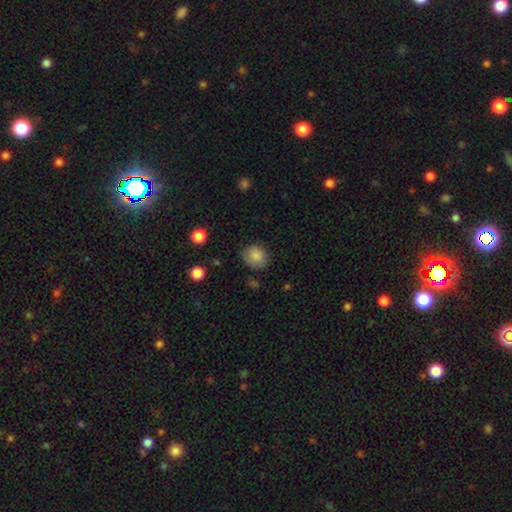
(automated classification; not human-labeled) This appears to be a smooth galaxy with no disk features (85%) that is round (74%). Merging: none (78%).